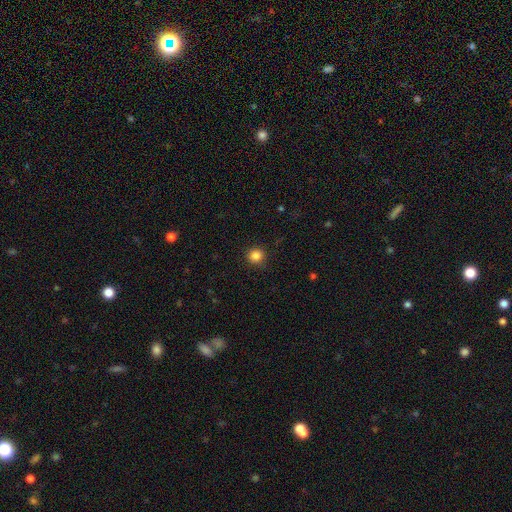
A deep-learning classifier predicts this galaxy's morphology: Q: Smooth or featured?
A: smooth (85%); runner-up: star or artifact (11%)
Q: How rounded?
A: round (93%); runner-up: in between (6%)
Q: Merging?
A: none (91%); runner-up: minor disturbance (6%)